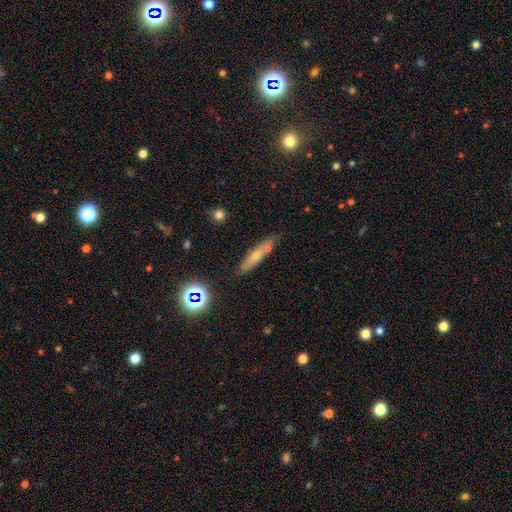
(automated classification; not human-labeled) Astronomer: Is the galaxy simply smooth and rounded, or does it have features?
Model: smooth — 49% (runner-up: featured or disk, 37%).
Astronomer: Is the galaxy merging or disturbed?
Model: none — 77%.